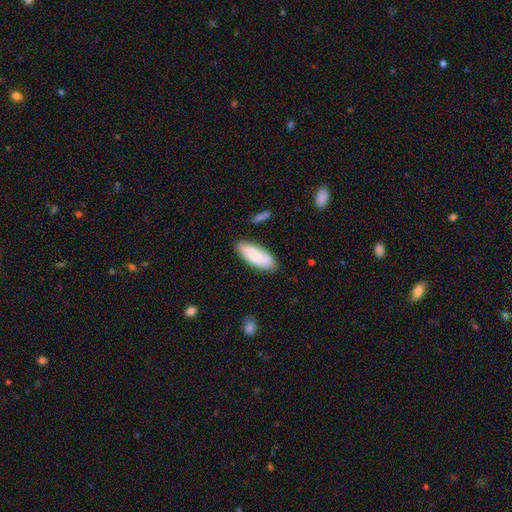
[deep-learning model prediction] Q: Smooth or featured?
A: smooth (80%); runner-up: featured or disk (15%)
Q: How rounded?
A: in between (75%); runner-up: cigar-shaped (23%)
Q: Merging?
A: none (82%); runner-up: minor disturbance (13%)